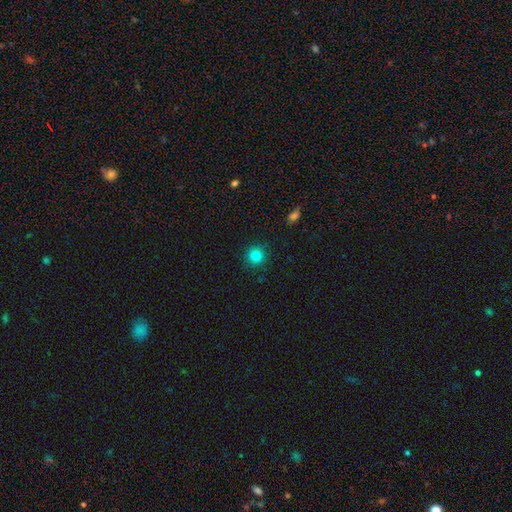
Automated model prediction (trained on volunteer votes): Smooth or featured? smooth (83%)
How rounded? round (94%)
Merging? none (91%)